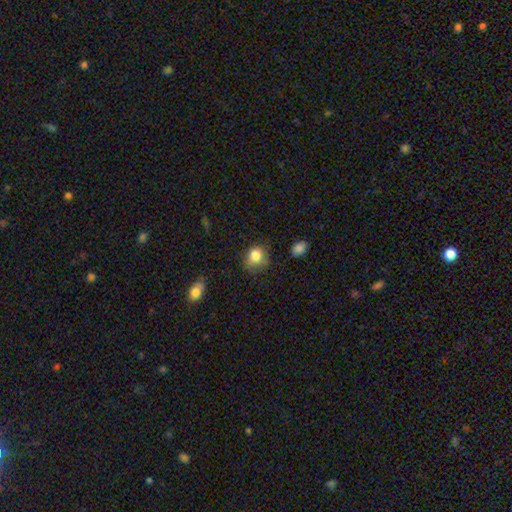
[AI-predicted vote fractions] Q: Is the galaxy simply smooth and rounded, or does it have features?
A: smooth — 83%.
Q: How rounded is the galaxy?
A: round — 66%.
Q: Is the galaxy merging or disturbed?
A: none — 62%.